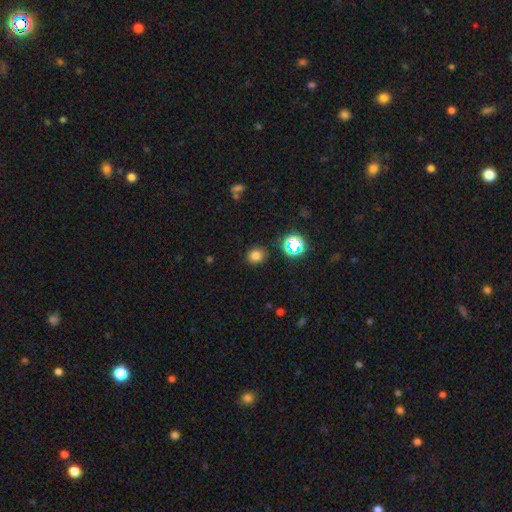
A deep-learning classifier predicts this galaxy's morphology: The model was most divided on "how rounded": round: 78%, in between: 21%, cigar-shaped: 1%. More confident: merging — none (88%); smooth or featured — smooth (76%).